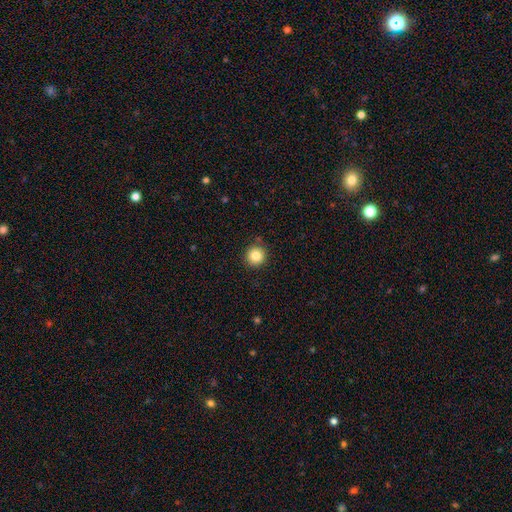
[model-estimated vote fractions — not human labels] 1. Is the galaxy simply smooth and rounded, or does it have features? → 83% smooth, 10% star or artifact, 6% featured or disk.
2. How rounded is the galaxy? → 95% round, 4% in between, 1% cigar-shaped.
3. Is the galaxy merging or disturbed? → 90% none, 6% minor disturbance, 2% major disturbance, 1% merger.